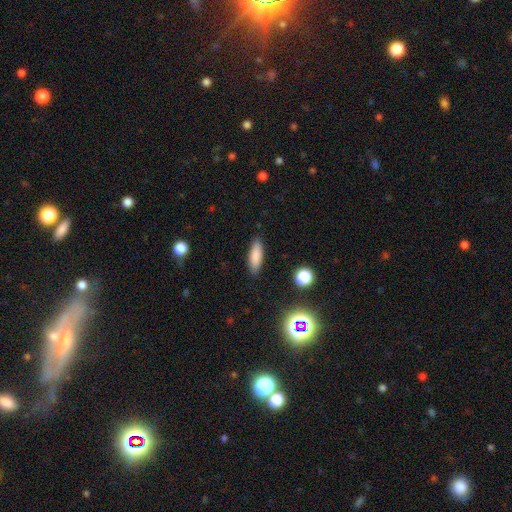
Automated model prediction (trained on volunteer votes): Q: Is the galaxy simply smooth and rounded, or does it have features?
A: smooth — 85%.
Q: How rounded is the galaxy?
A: in between — 56%.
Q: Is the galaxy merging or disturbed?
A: none — 87%.